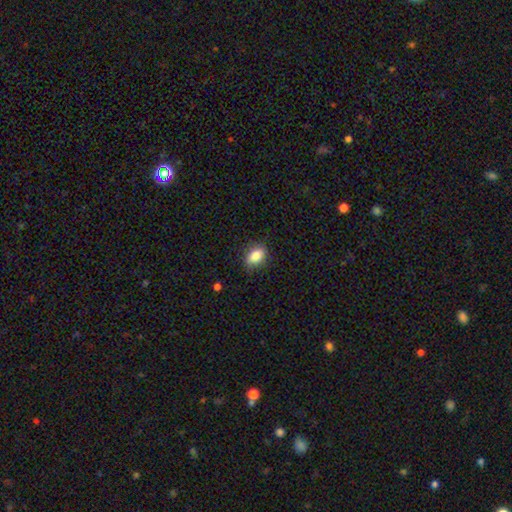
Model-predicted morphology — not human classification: A smooth galaxy with no disk features (85%) that is in between round and cigar-shaped (83%). Merging: none (84%).